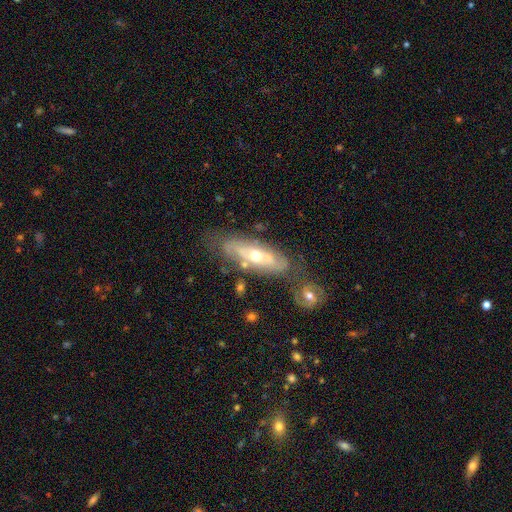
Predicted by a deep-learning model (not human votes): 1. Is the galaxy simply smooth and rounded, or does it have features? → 71% featured or disk, 23% smooth, 6% star or artifact.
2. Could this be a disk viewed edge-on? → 77% no, 23% yes.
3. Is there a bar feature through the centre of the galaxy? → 72% no, 18% weak, 10% strong.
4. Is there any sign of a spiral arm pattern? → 58% yes, 42% no.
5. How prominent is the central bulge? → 68% moderate, 26% small, 4% large, 1% none, 1% dominant.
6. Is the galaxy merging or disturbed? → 62% none, 19% minor disturbance, 12% merger, 8% major disturbance.